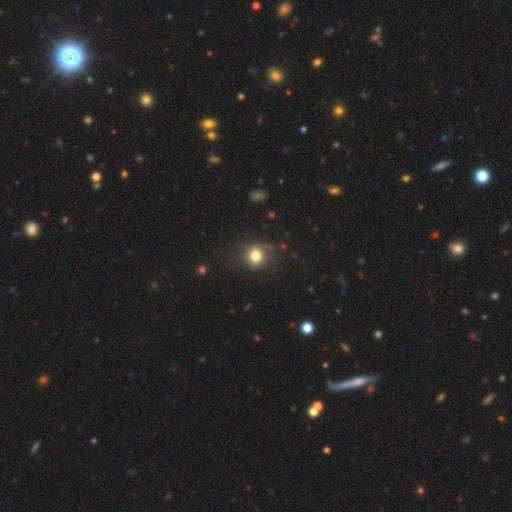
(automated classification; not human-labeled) This appears to be a smooth galaxy with no disk features (81%) that is round (77%). Merging: none (77%).